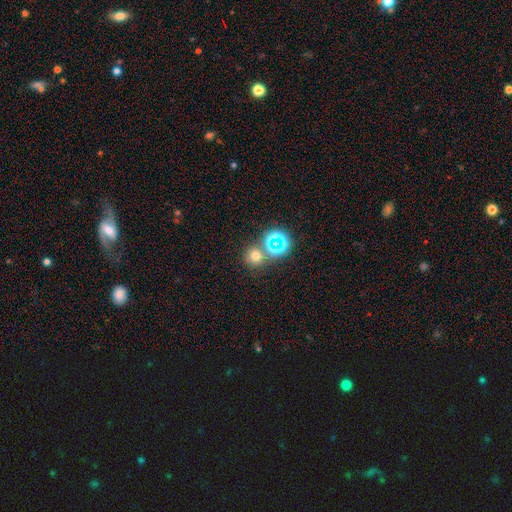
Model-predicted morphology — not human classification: Smooth or featured? Predicted: smooth (p=0.65). How rounded? Predicted: round (p=0.89). Merging? Predicted: none (p=0.68).